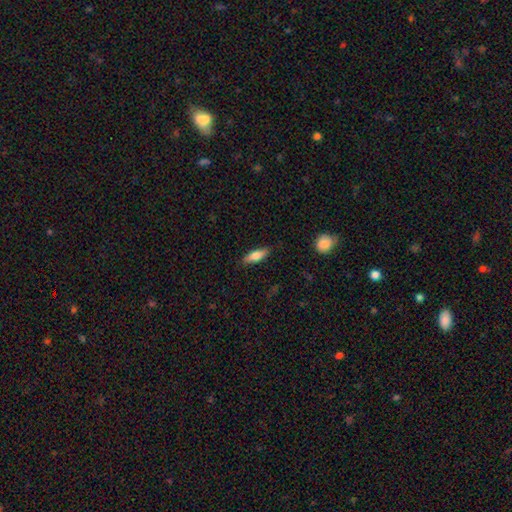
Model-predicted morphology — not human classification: Smooth or featured? smooth (73%)
How rounded? in between (54%)
Merging? none (85%)